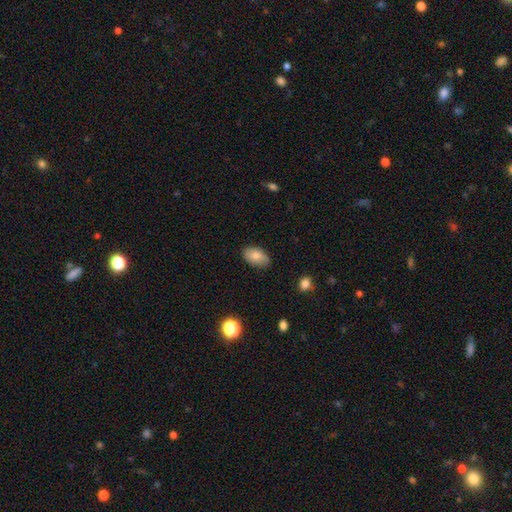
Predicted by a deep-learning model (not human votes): A smooth galaxy with no disk features (78%) that is in between round and cigar-shaped (91%).

Vote fractions:
- Smooth or featured? smooth: 78% / featured or disk: 14% / star or artifact: 8%
- How rounded? in between: 91% / round: 7% / cigar-shaped: 1%
- Merging? none: 80% / minor disturbance: 16% / major disturbance: 3% / merger: 1%